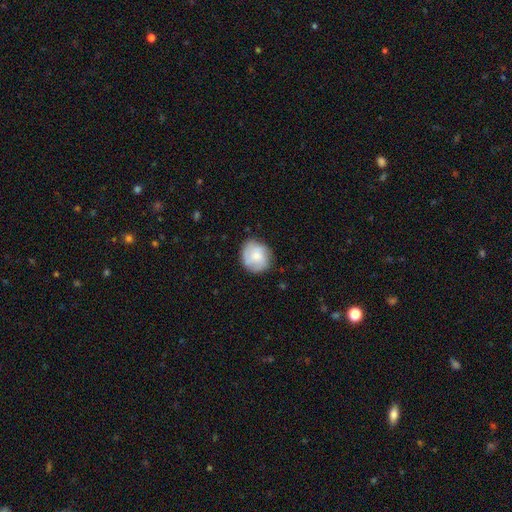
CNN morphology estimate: smooth-or-featured: smooth: 57% | featured or disk: 37% | star or artifact: 7%
  how-rounded: round: 81% | in between: 18% | cigar-shaped: 1%
  merging: none: 76% | minor disturbance: 18% | major disturbance: 5% | merger: 1%